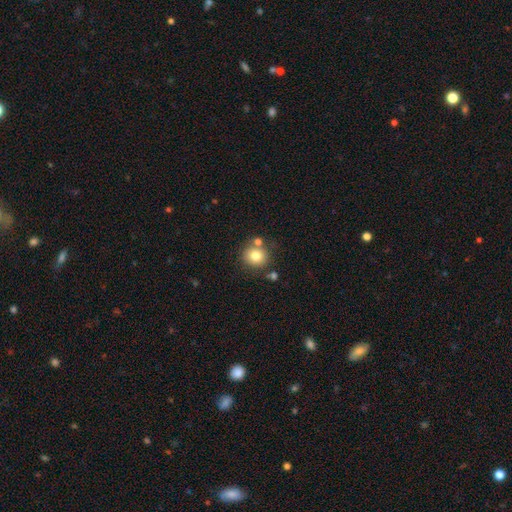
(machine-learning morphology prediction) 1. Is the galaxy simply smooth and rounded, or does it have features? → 78% smooth, 11% star or artifact, 11% featured or disk.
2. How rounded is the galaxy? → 88% round, 11% in between, 1% cigar-shaped.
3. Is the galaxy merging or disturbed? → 71% none, 15% merger, 10% minor disturbance, 3% major disturbance.